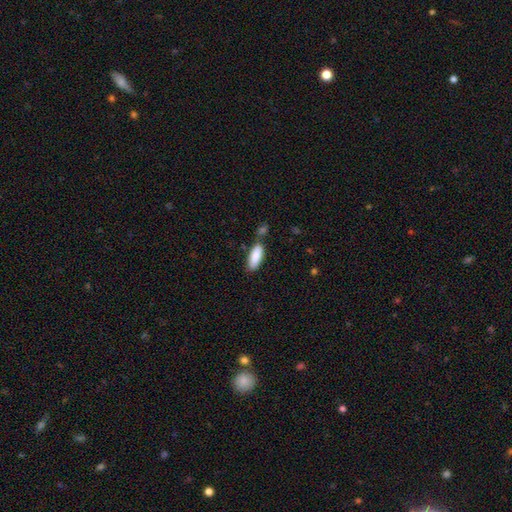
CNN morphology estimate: Smooth or featured? smooth (87%)
How rounded? in between (74%)
Merging? none (65%)